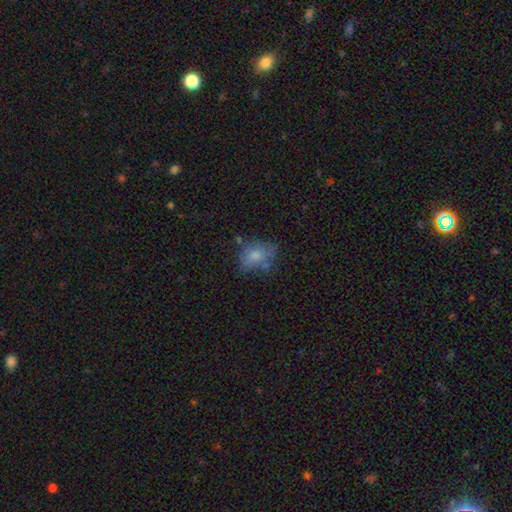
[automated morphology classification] The model was most divided on "merging": none: 53%, minor disturbance: 26%, major disturbance: 11%, merger: 9%. More confident: smooth or featured — smooth (72%); how rounded — in between (64%).